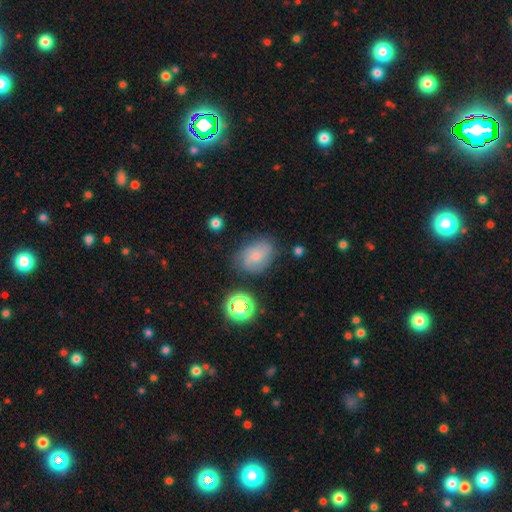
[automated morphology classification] smooth_or_featured: smooth (p=0.54) [alt: featured or disk p=0.34]
how_rounded: in between (p=0.70) [alt: round p=0.29]
merging: none (p=0.62) [alt: minor disturbance p=0.26]